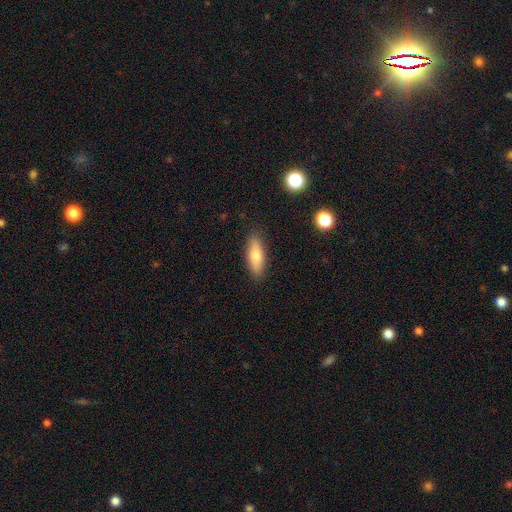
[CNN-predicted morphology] Smooth or featured? smooth (74%)
How rounded? in between (59%)
Merging? none (87%)